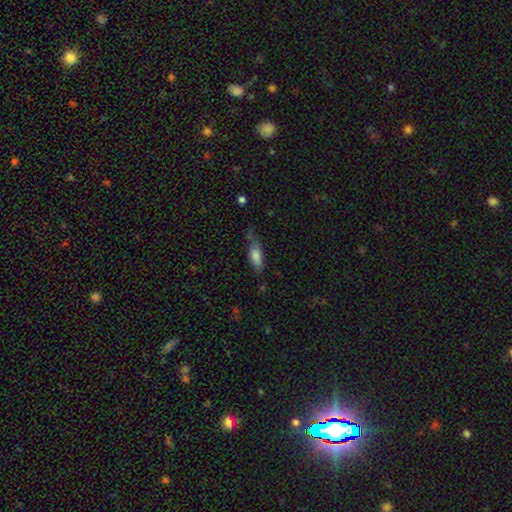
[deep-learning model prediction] Q: Smooth or featured?
A: smooth (75%); runner-up: featured or disk (17%)
Q: How rounded?
A: in between (59%); runner-up: cigar-shaped (39%)
Q: Merging?
A: none (52%); runner-up: minor disturbance (32%)